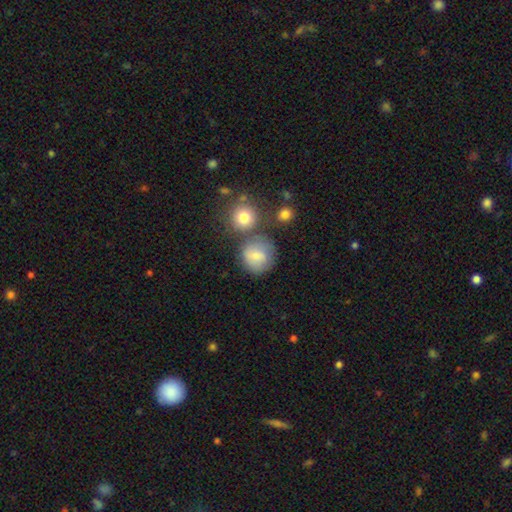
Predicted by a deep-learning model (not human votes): Smooth or featured? smooth (76%)
How rounded? round (88%)
Merging? none (61%)